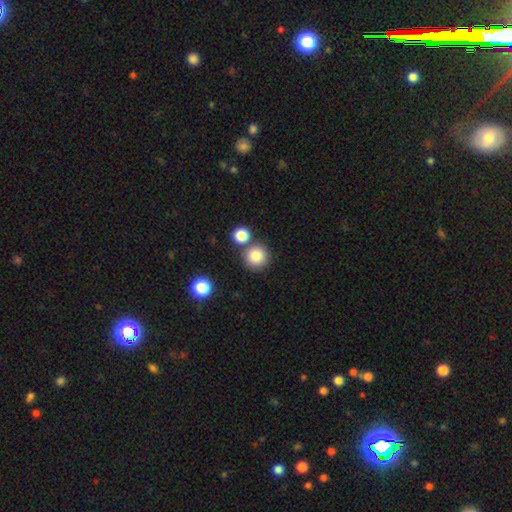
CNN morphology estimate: smooth 84%, star or artifact 10%, featured or disk 6%. Down the decision tree: how rounded — round (94%); merging — none (74%).